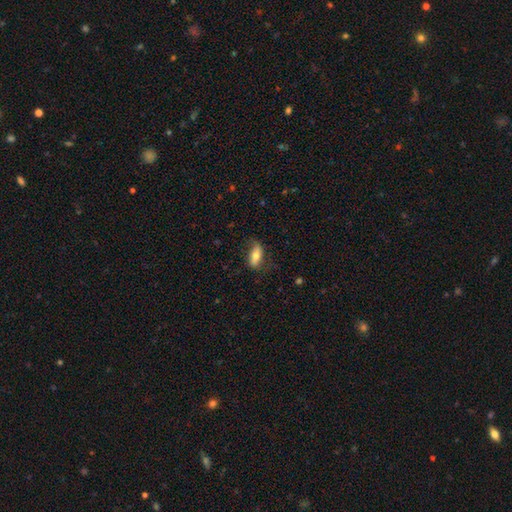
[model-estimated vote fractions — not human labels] Smooth or featured?
  - smooth: 67% *
  - featured or disk: 27%
  - star or artifact: 6%
How rounded?
  - in between: 80% *
  - cigar-shaped: 16%
  - round: 3%
Merging?
  - none: 69% *
  - minor disturbance: 22%
  - major disturbance: 8%
  - merger: 1%